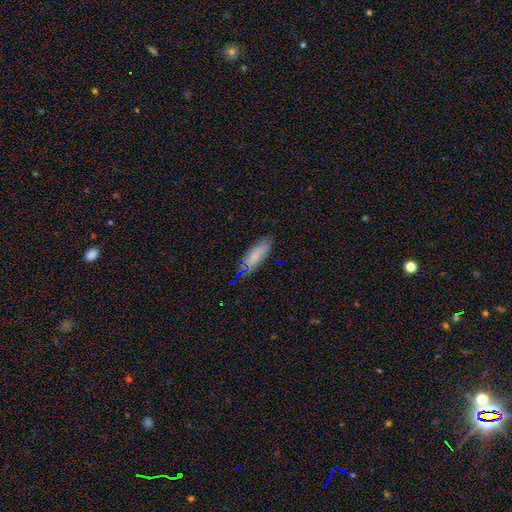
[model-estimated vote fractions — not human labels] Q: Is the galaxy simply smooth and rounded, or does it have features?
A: smooth — 78%.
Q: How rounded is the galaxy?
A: in between — 63%.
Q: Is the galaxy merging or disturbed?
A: none — 78%.